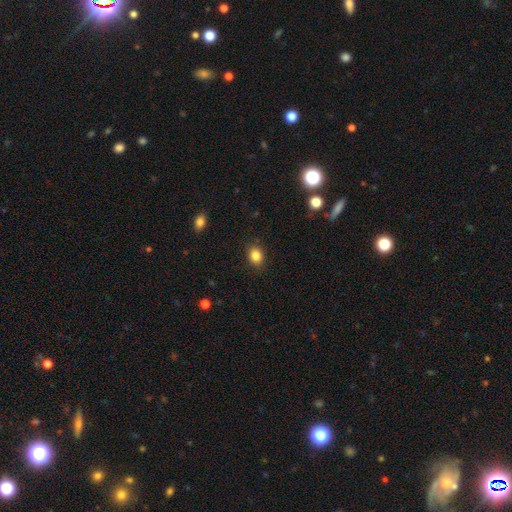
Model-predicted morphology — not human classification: smooth-or-featured: smooth: 85% | star or artifact: 10% | featured or disk: 5%
  how-rounded: in between: 51% | round: 48% | cigar-shaped: 1%
  merging: none: 87% | minor disturbance: 9% | major disturbance: 3% | merger: 1%